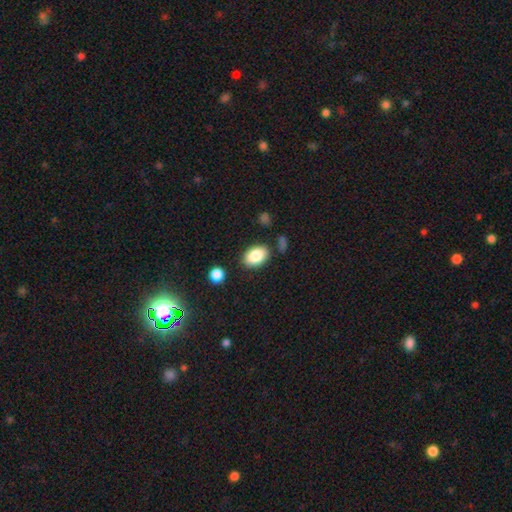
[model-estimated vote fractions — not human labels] This appears to be a smooth galaxy with no disk features (86%) that is in between round and cigar-shaped (88%). Merging: none (82%).